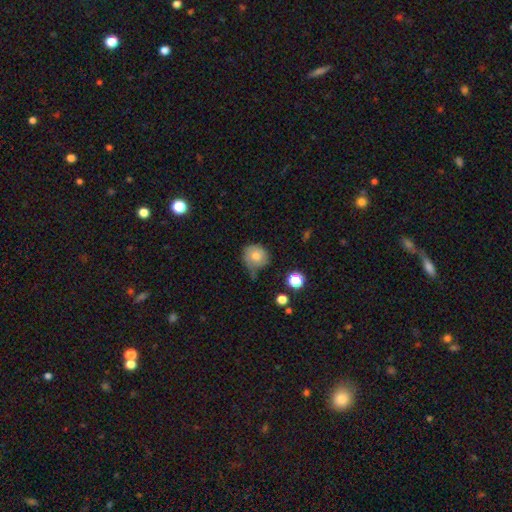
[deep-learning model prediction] The model was most divided on "merging": none: 54%, minor disturbance: 31%, major disturbance: 10%, merger: 5%. More confident: how rounded — round (87%); smooth or featured — smooth (75%).